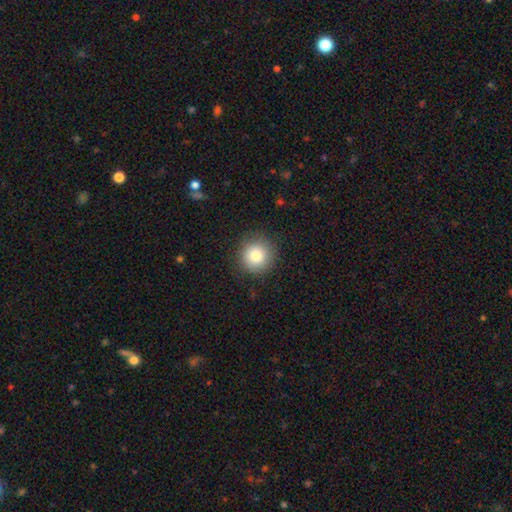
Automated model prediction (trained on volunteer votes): smooth-or-featured: smooth: 82% | star or artifact: 10% | featured or disk: 8%
  how-rounded: round: 94% | in between: 5% | cigar-shaped: 1%
  merging: none: 89% | minor disturbance: 8% | major disturbance: 3% | merger: 1%